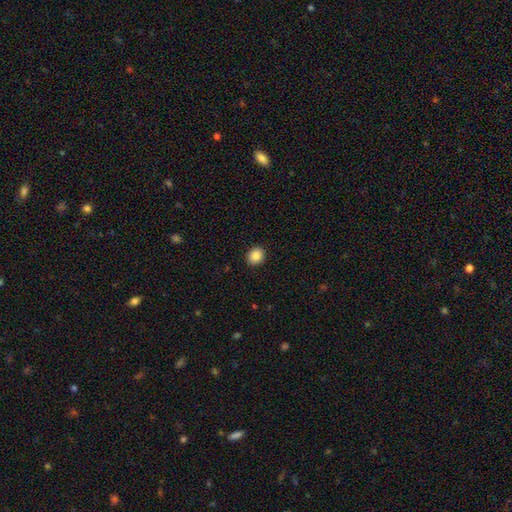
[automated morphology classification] Smooth or featured? smooth (86%)
How rounded? round (72%)
Merging? none (92%)